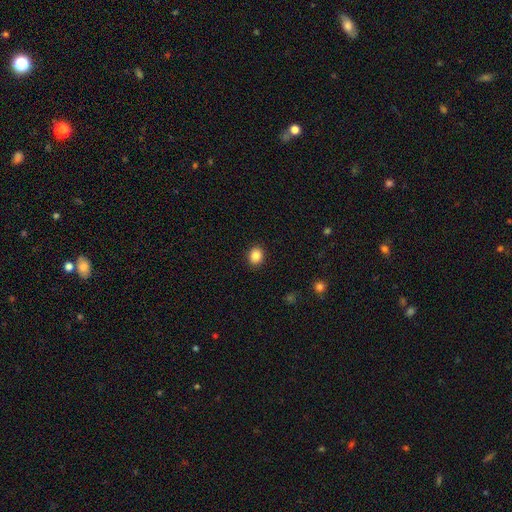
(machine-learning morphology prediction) The model was most divided on "how rounded": round: 59%, in between: 40%, cigar-shaped: 1%. More confident: merging — none (91%); smooth or featured — smooth (86%).